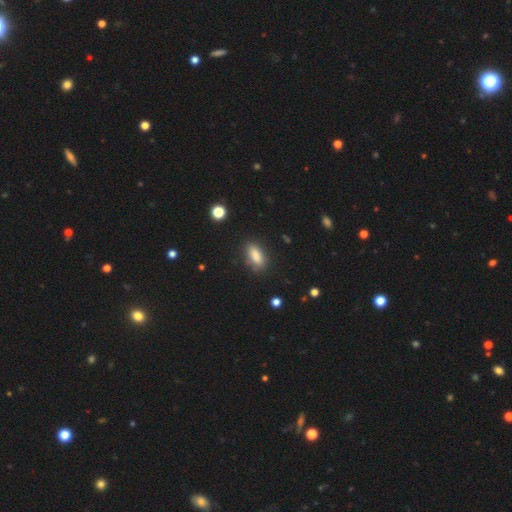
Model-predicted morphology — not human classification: Smooth or featured?
  - smooth: 84% *
  - star or artifact: 8%
  - featured or disk: 7%
How rounded?
  - in between: 80% *
  - cigar-shaped: 16%
  - round: 3%
Merging?
  - none: 82% *
  - minor disturbance: 13%
  - major disturbance: 3%
  - merger: 2%